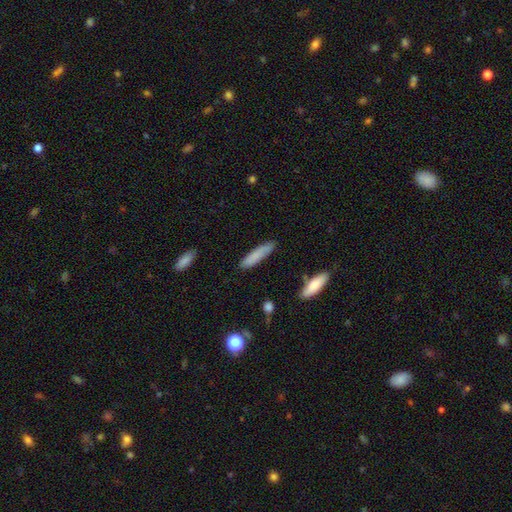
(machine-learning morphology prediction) A smooth galaxy with no disk features (82%) that is cigar-shaped (81%). Merging: none (86%).